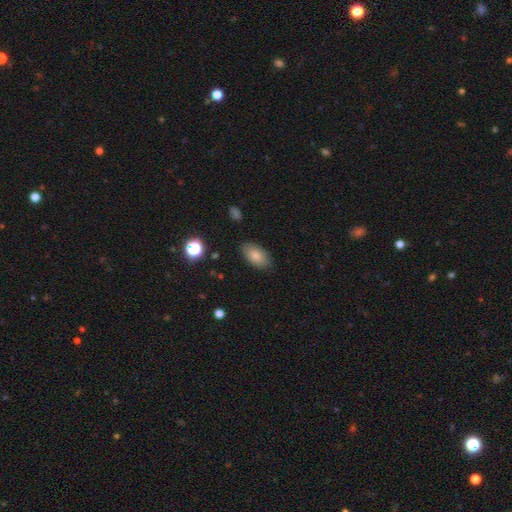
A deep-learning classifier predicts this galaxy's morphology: Overall: smooth (82%). How rounded: in between (92%). Merging: none (85%).